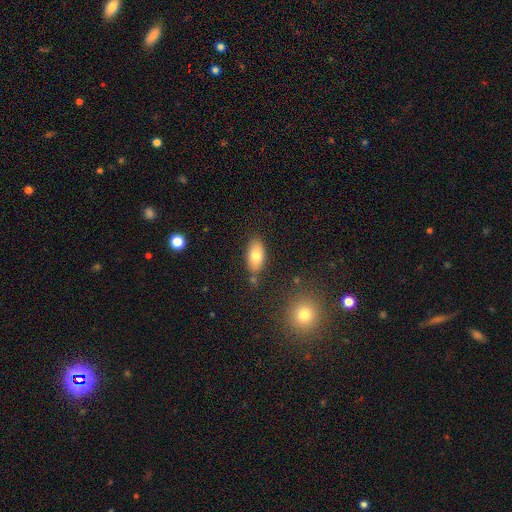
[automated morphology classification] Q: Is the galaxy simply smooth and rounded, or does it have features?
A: smooth — 77%.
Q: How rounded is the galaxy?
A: in between — 92%.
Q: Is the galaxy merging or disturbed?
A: none — 80%.